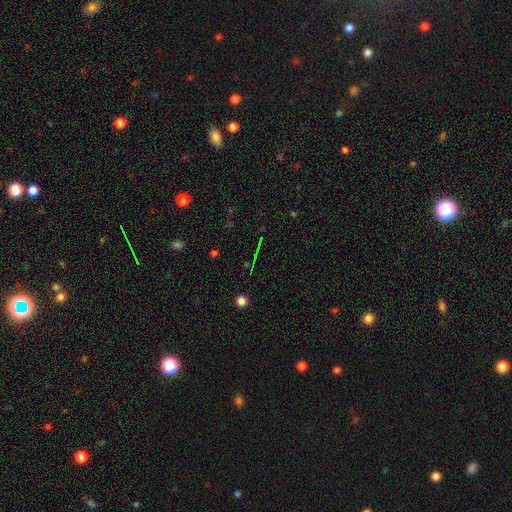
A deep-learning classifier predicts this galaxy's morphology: A star or artifact, not a galaxy (70%).